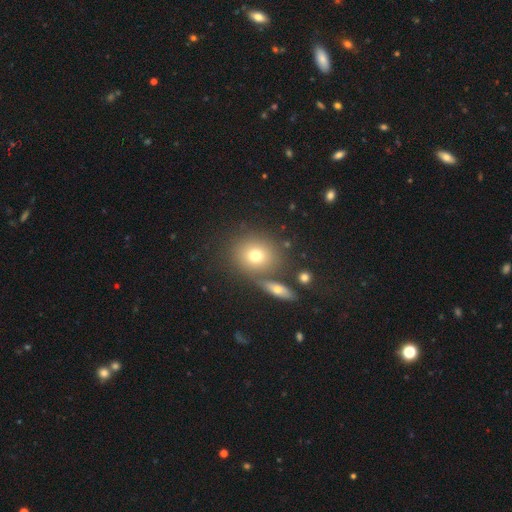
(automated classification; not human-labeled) smooth 72%, featured or disk 15%, star or artifact 12%. Down the decision tree: how rounded — round (76%); merging — none (69%).